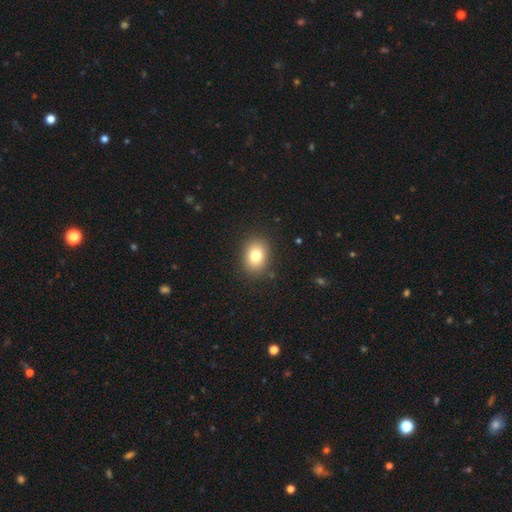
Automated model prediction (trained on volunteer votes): This appears to be a smooth galaxy with no disk features (79%) that is in between round and cigar-shaped (59%). Merging: none (88%).